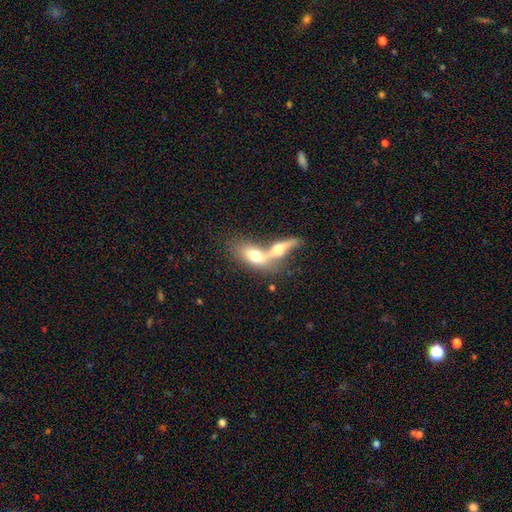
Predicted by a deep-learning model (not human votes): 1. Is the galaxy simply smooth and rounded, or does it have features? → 61% smooth, 31% featured or disk, 7% star or artifact.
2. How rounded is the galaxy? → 75% in between, 17% cigar-shaped, 8% round.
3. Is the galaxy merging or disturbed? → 71% merger, 18% none, 6% minor disturbance, 5% major disturbance.